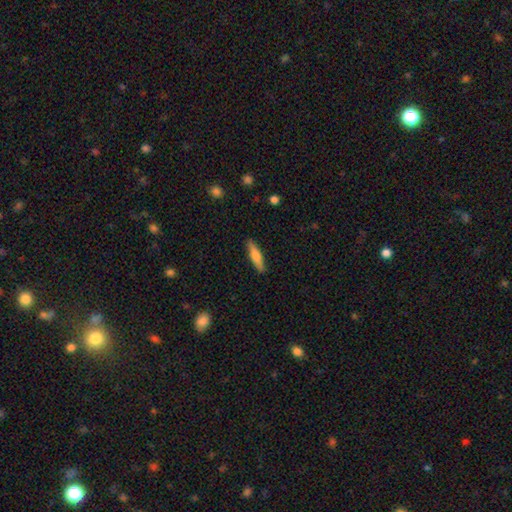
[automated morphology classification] Smooth or featured: smooth — 55% (featured or disk — 39%)
How rounded: cigar-shaped — 79% (in between — 19%)
Merging: none — 89% (minor disturbance — 8%)